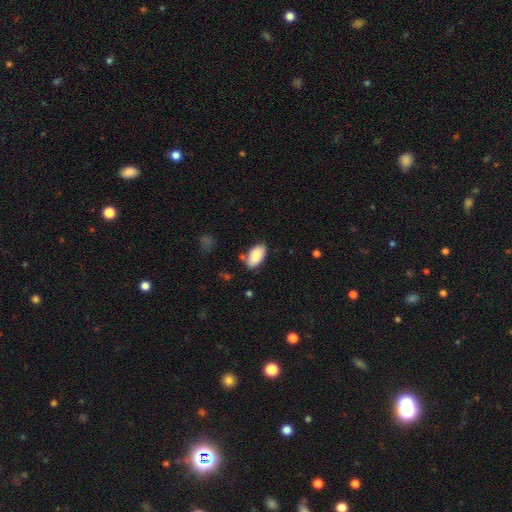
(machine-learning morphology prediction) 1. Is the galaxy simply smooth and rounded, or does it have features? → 86% smooth, 7% featured or disk, 6% star or artifact.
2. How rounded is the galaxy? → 93% in between, 4% cigar-shaped, 3% round.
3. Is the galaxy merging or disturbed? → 74% none, 17% minor disturbance, 5% merger, 4% major disturbance.